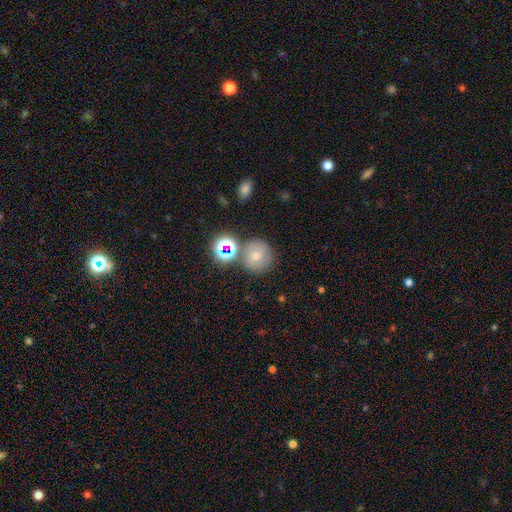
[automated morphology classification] smooth 40%, star or artifact 34%, featured or disk 27%. Down the decision tree: merging — none (72%).